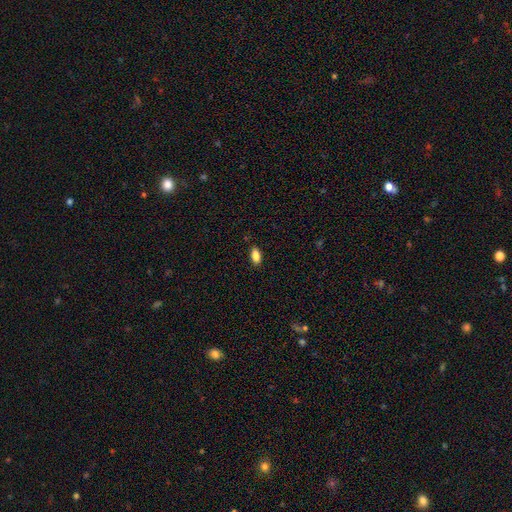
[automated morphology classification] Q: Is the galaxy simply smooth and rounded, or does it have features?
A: smooth — 86%.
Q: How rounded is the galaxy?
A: in between — 89%.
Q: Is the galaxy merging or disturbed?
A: none — 87%.